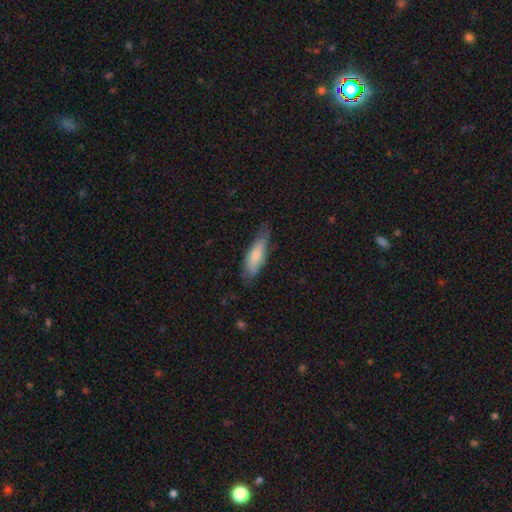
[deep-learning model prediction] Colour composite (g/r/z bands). It shows a smooth galaxy with no disk features (71%) that is cigar-shaped (49%, tied with in between). Merging: none (65%).